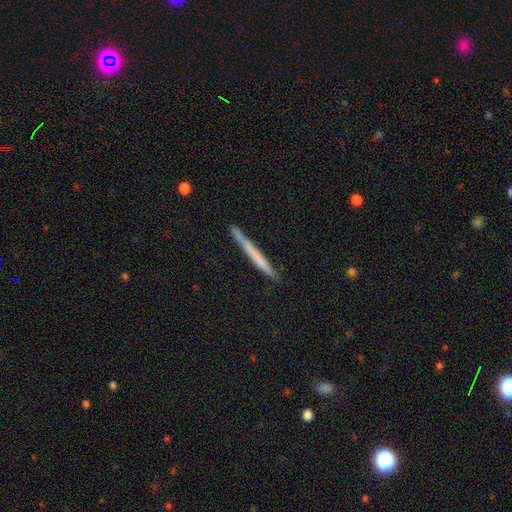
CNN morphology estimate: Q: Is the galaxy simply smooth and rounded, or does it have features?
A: smooth — 57%.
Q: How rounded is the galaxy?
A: cigar-shaped — 97%.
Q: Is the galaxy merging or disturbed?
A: none — 88%.